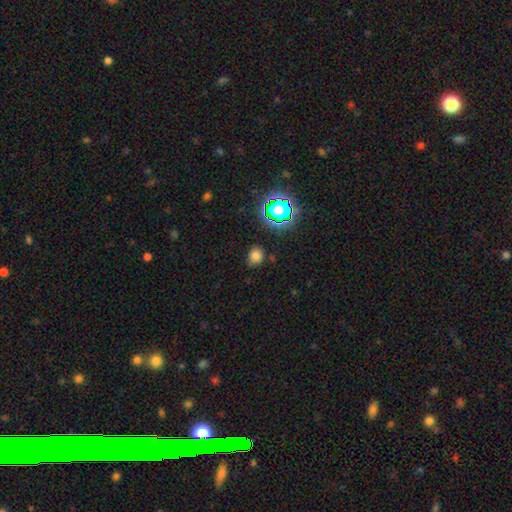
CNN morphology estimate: Smooth or featured? Predicted: smooth (p=0.72). How rounded? Predicted: round (p=0.58). Merging? Predicted: none (p=0.79).